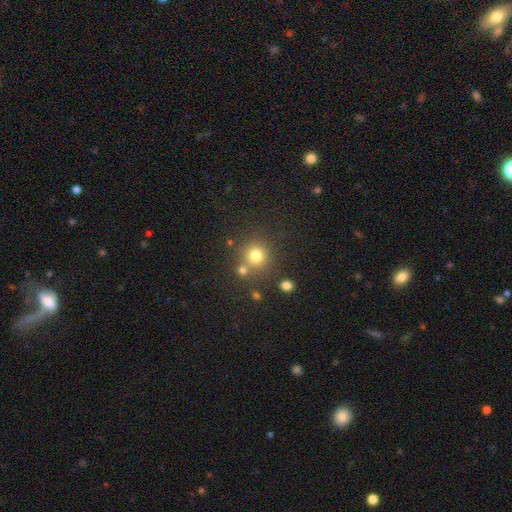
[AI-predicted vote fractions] Q: Smooth or featured?
A: smooth (77%); runner-up: star or artifact (16%)
Q: How rounded?
A: round (91%); runner-up: in between (8%)
Q: Merging?
A: none (72%); runner-up: merger (15%)